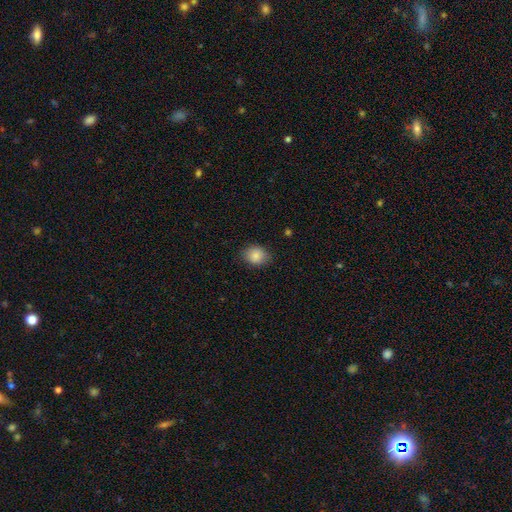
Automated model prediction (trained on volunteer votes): smooth_or_featured: smooth (p=0.86) [alt: star or artifact p=0.09]
how_rounded: round (p=0.54) [alt: in between p=0.45]
merging: none (p=0.83) [alt: minor disturbance p=0.13]